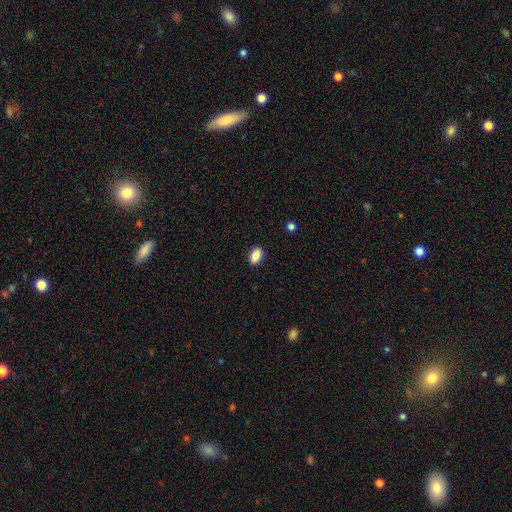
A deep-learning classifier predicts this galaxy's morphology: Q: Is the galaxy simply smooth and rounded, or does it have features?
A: smooth — 88%.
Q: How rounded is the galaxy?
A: in between — 89%.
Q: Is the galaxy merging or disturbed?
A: none — 89%.